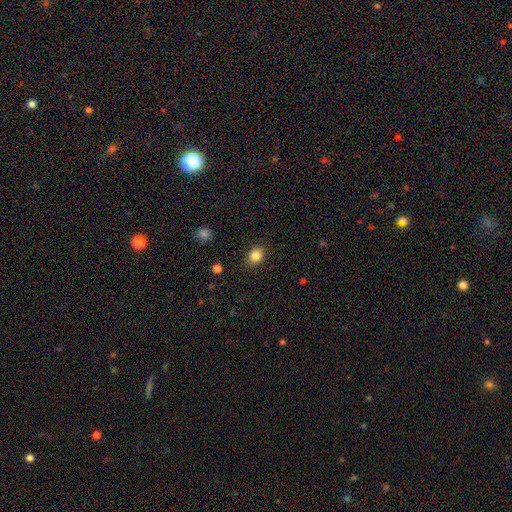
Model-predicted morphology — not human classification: type=smooth (85%); roundness=in between (53%); merging=none (88%).